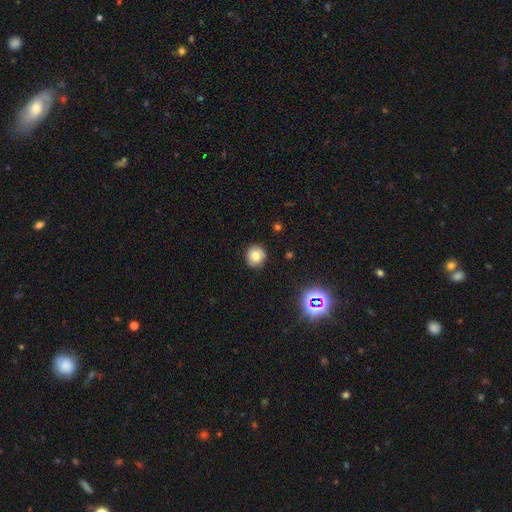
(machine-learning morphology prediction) Smooth or featured?
  - smooth: 76% *
  - star or artifact: 13%
  - featured or disk: 11%
How rounded?
  - round: 87% *
  - in between: 12%
  - cigar-shaped: 1%
Merging?
  - none: 87% *
  - minor disturbance: 10%
  - major disturbance: 2%
  - merger: 1%